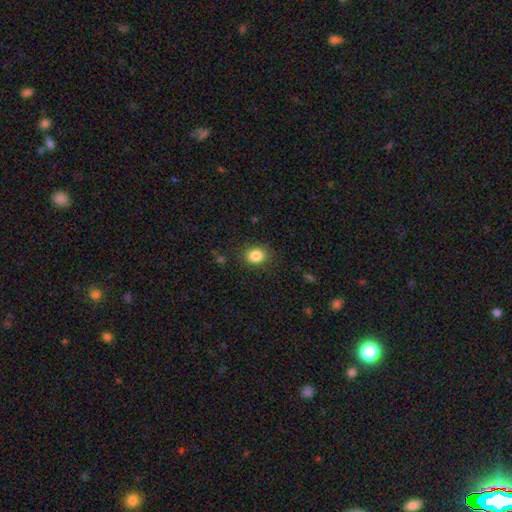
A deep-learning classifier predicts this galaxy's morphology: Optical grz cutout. It shows a smooth galaxy with no disk features (85%) that is in between round and cigar-shaped (52%). Merging: none (85%).